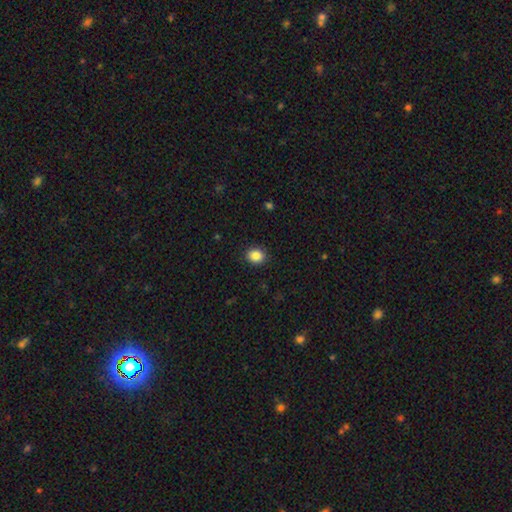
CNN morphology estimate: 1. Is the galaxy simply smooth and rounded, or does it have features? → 87% smooth, 9% star or artifact, 4% featured or disk.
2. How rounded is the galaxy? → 63% round, 36% in between, 1% cigar-shaped.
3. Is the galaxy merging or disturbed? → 90% none, 7% minor disturbance, 2% major disturbance, 1% merger.